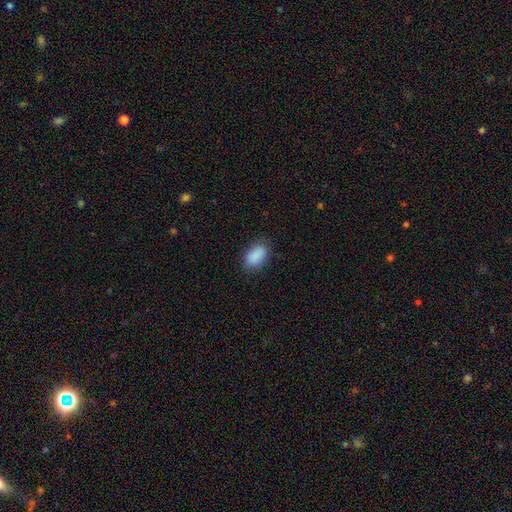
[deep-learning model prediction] smooth 89%, star or artifact 7%, featured or disk 4%. Down the decision tree: how rounded — in between (91%); merging — none (80%).